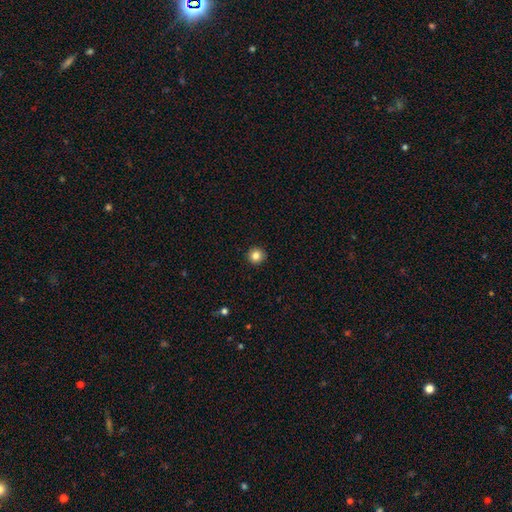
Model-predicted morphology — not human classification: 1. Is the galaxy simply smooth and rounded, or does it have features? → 83% smooth, 11% star or artifact, 6% featured or disk.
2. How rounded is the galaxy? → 95% round, 4% in between, 1% cigar-shaped.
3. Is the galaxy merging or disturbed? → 93% none, 5% minor disturbance, 1% major disturbance, 1% merger.